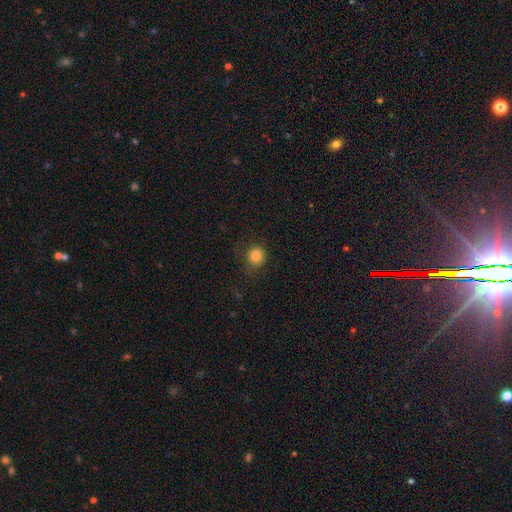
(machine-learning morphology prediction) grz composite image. It shows a smooth galaxy with no disk features (83%) that is round (89%). Merging: none (80%).